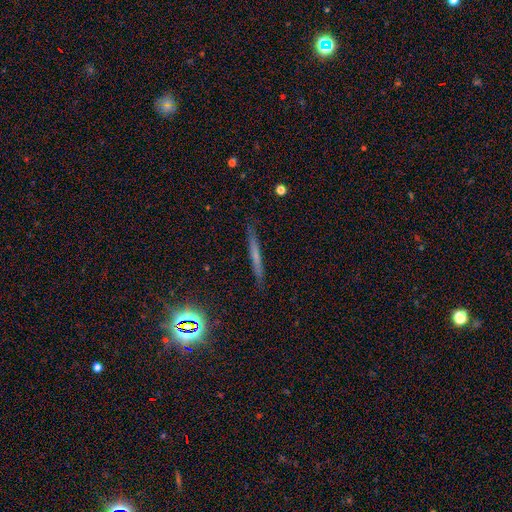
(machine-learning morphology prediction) Smooth or featured?
  - smooth: 49% *
  - featured or disk: 37%
  - star or artifact: 15%
Merging?
  - none: 86% *
  - minor disturbance: 10%
  - major disturbance: 2%
  - merger: 1%